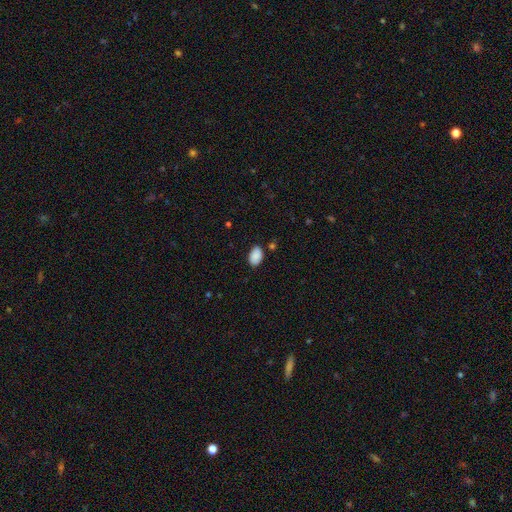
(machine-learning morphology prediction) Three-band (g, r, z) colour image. It shows a smooth galaxy with no disk features (89%) that is in between round and cigar-shaped (90%). Merging: none (81%).